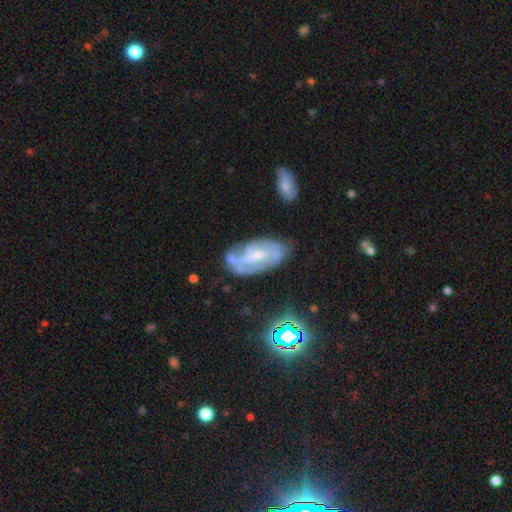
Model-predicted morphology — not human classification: This appears to be a featured or disk galaxy (75%) with a weak bar (46%), 2 (45%) tight (46%) spiral arms (87%) and a small central bulge (60%). Merging: none (58%).